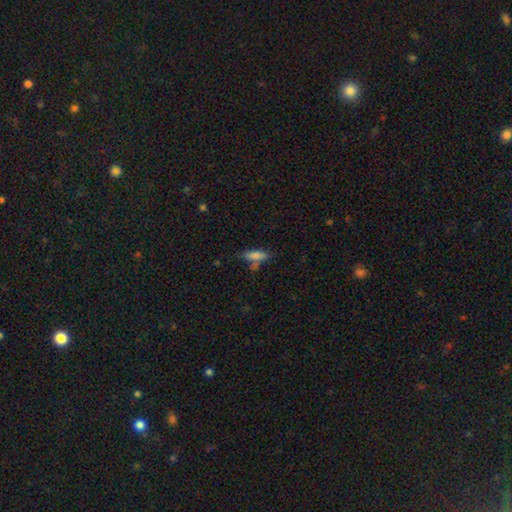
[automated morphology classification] Q: Smooth or featured?
A: smooth (76%); runner-up: featured or disk (15%)
Q: How rounded?
A: cigar-shaped (56%); runner-up: in between (41%)
Q: Merging?
A: none (56%); runner-up: minor disturbance (20%)